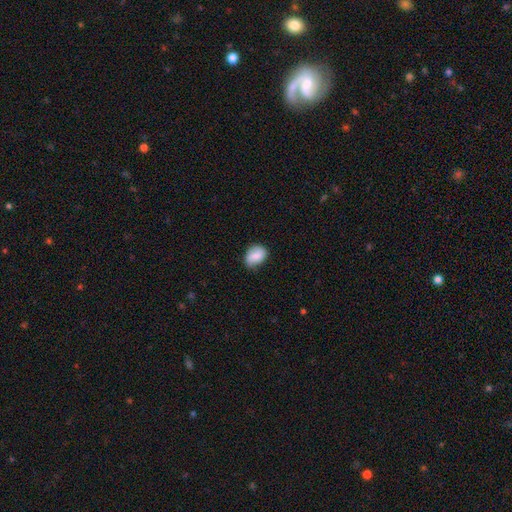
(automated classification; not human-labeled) Smooth or featured? smooth (75%)
How rounded? in between (66%)
Merging? none (68%)